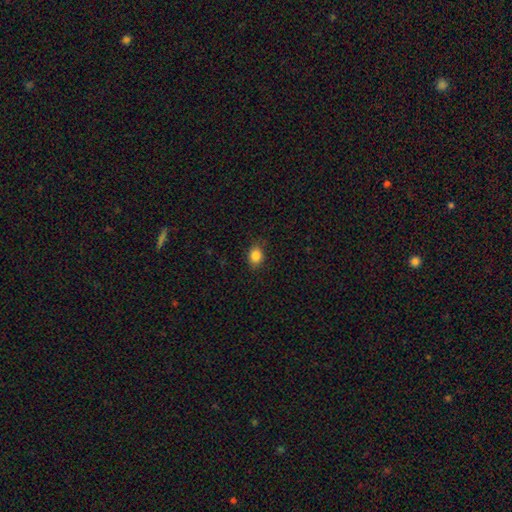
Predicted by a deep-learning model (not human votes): A smooth galaxy with no disk features (85%) that is in between round and cigar-shaped (58%). Merging: none (84%).